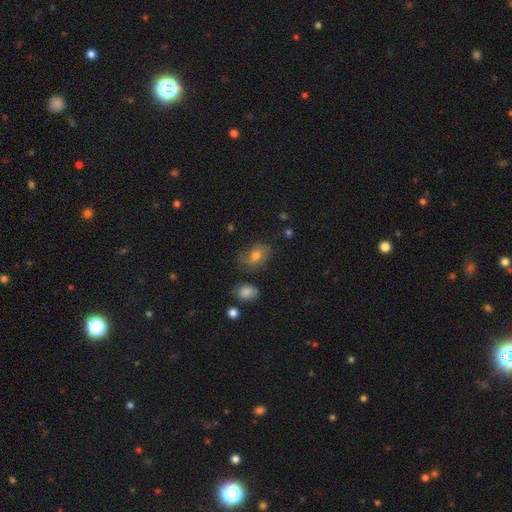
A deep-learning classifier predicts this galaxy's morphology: This appears to be a smooth galaxy with no disk features (59%) that is in between round and cigar-shaped (72%). Merging: none (58%).